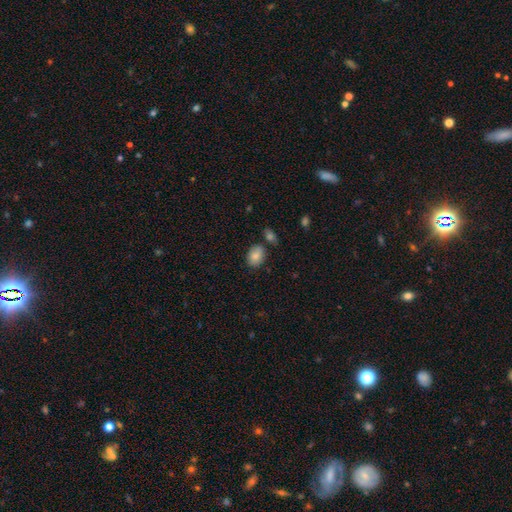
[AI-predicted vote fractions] Q: Smooth or featured?
A: smooth (86%); runner-up: star or artifact (8%)
Q: How rounded?
A: in between (72%); runner-up: round (27%)
Q: Merging?
A: none (73%); runner-up: minor disturbance (14%)